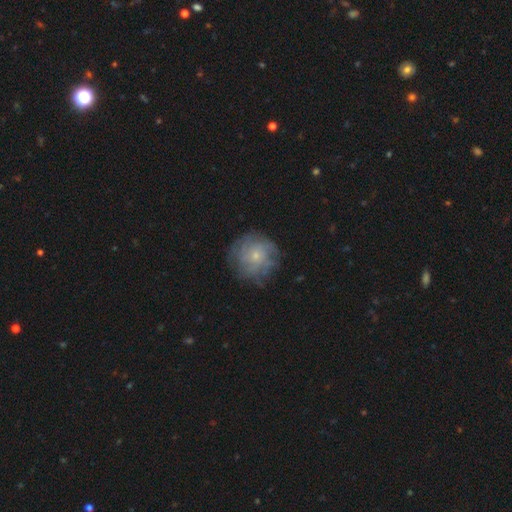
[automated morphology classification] This is possibly a featured or disk galaxy (46%). Merging: likely none (75%).